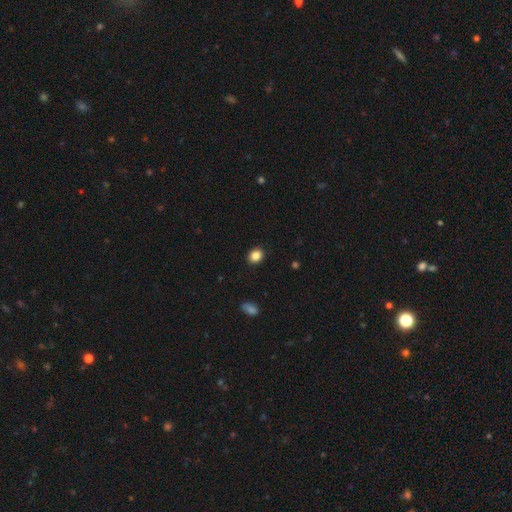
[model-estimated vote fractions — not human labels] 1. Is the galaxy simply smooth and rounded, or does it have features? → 87% smooth, 10% star or artifact, 4% featured or disk.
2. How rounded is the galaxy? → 60% round, 39% in between, 1% cigar-shaped.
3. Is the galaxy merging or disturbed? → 90% none, 7% minor disturbance, 2% major disturbance, 1% merger.